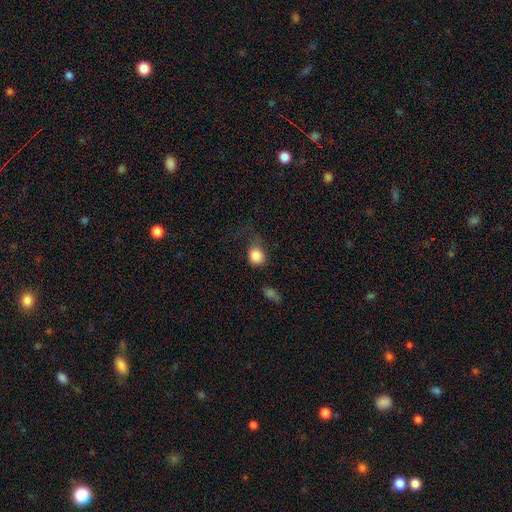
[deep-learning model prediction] Smooth or featured: smooth — 85% (star or artifact — 9%)
How rounded: round — 73% (in between — 26%)
Merging: none — 43% (minor disturbance — 28%)